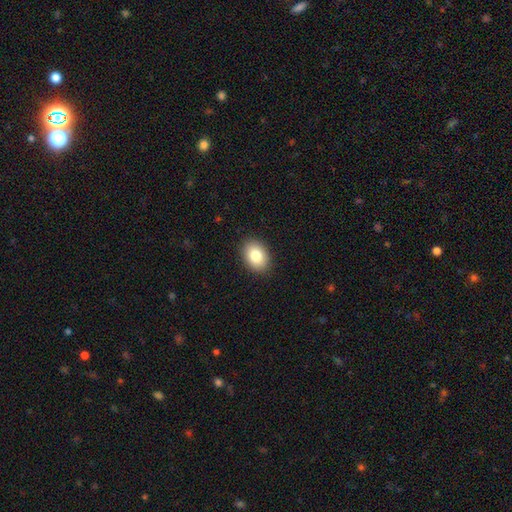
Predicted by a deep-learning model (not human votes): A smooth galaxy with no disk features (84%) that is in between round and cigar-shaped (78%). Merging: none (90%).